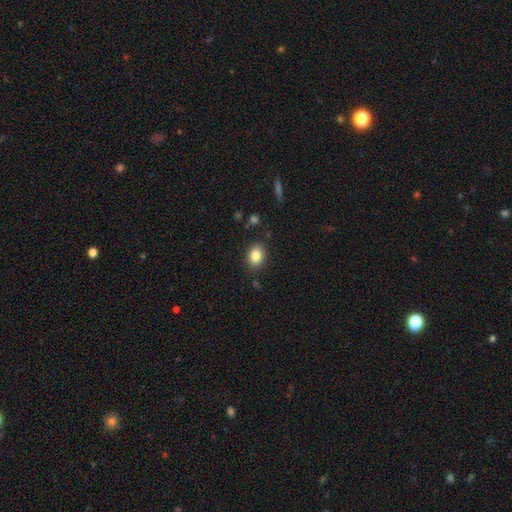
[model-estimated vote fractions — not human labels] This appears to be a smooth galaxy with no disk features (84%) that is in between round and cigar-shaped (61%). Merging: none (87%).